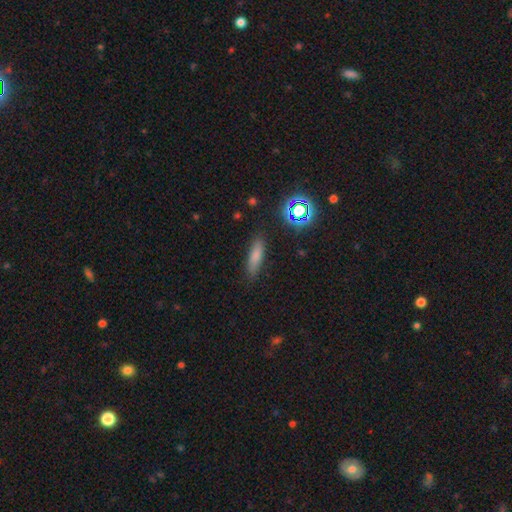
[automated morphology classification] smooth-or-featured: smooth: 74% | featured or disk: 14% | star or artifact: 13%
  how-rounded: cigar-shaped: 64% | in between: 33% | round: 3%
  merging: none: 83% | minor disturbance: 12% | major disturbance: 3% | merger: 2%